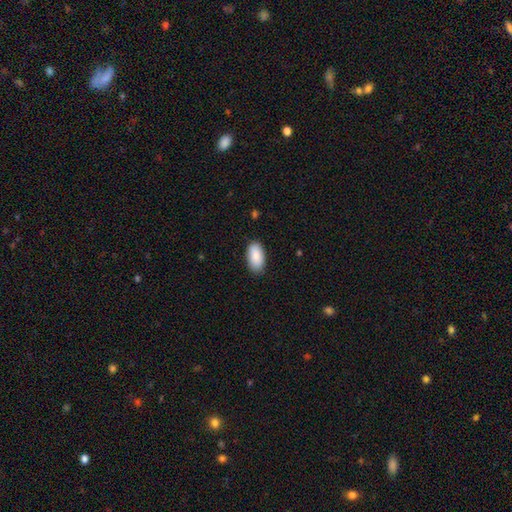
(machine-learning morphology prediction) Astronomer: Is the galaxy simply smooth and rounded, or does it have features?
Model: smooth — 88%.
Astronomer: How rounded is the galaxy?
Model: in between — 95%.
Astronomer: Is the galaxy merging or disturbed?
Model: none — 87%.